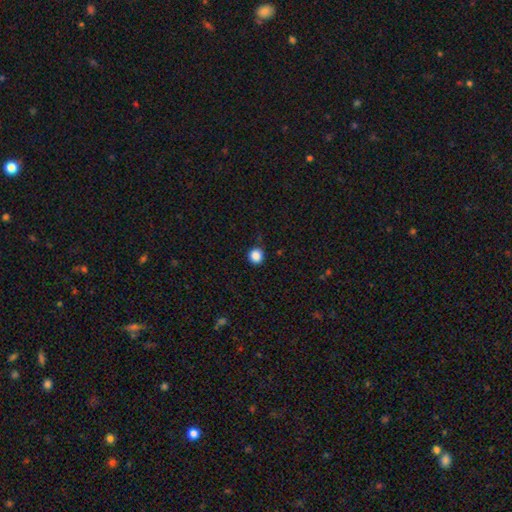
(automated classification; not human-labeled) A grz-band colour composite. It shows a smooth galaxy with no disk features (87%) that is round (93%). Merging: none (86%).